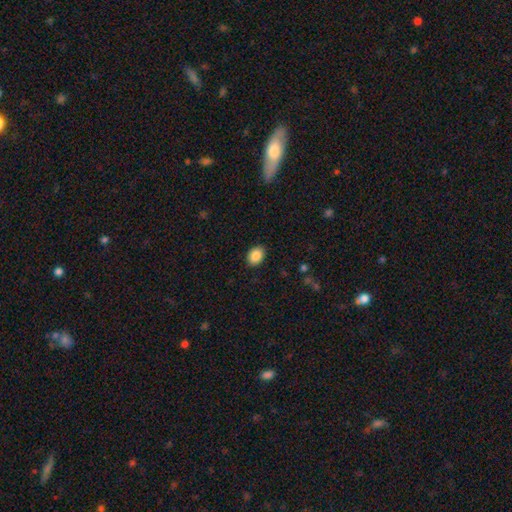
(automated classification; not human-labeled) Q: Smooth or featured?
A: smooth (88%); runner-up: star or artifact (8%)
Q: How rounded?
A: in between (73%); runner-up: round (26%)
Q: Merging?
A: none (89%); runner-up: minor disturbance (8%)